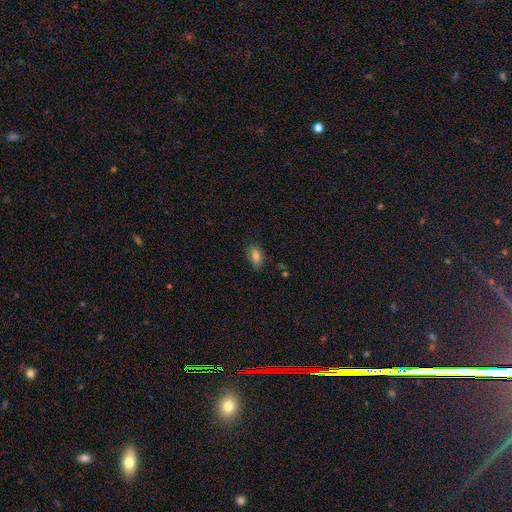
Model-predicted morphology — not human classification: Smooth or featured? smooth (80%)
How rounded? in between (87%)
Merging? none (75%)